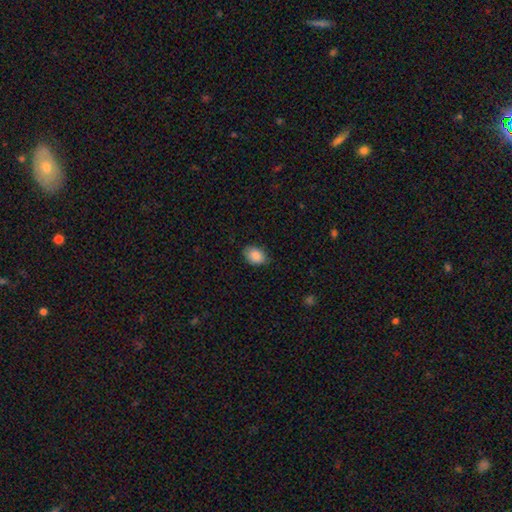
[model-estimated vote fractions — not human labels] Smooth or featured? smooth (87%)
How rounded? in between (76%)
Merging? none (81%)